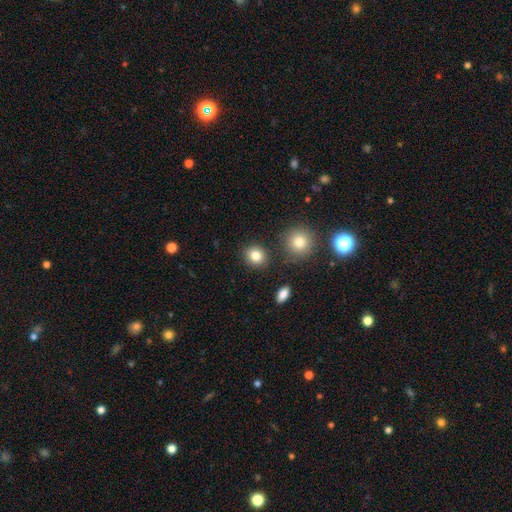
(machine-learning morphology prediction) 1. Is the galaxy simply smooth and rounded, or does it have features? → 83% smooth, 10% star or artifact, 6% featured or disk.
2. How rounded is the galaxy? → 76% round, 23% in between, 1% cigar-shaped.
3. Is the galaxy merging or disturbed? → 86% none, 8% minor disturbance, 4% merger, 3% major disturbance.